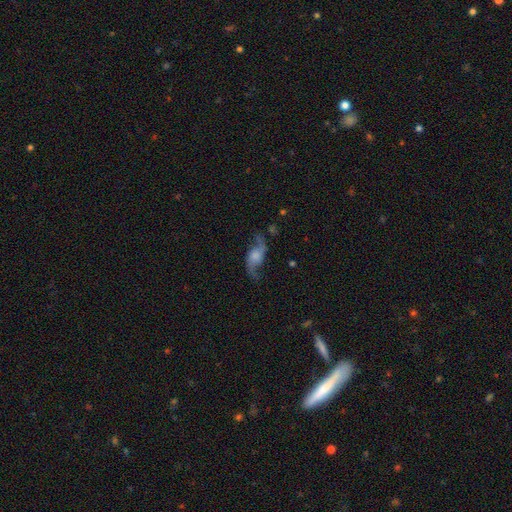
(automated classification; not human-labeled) featured or disk 79%, smooth 14%, star or artifact 7%. Down the decision tree: edge-on disk — no (92%); bar — no (62%); spiral arms — yes (94%); spiral arm count — 2 (93%); spiral winding — loose (87%); bulge size — moderate (31%); merging — none (70%).